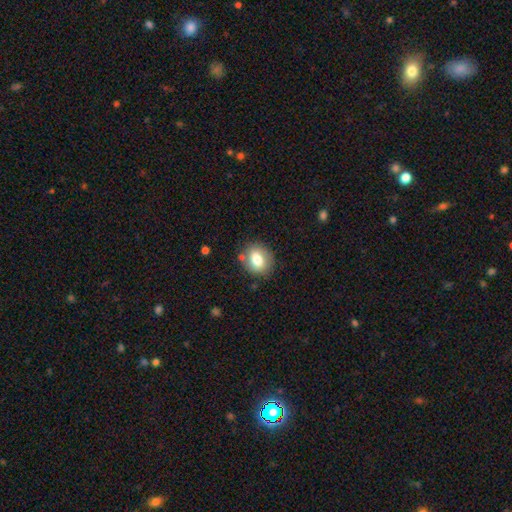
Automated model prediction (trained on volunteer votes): Smooth or featured? Predicted: smooth (p=0.75). How rounded? Predicted: in between (p=0.50). Merging? Predicted: none (p=0.80).